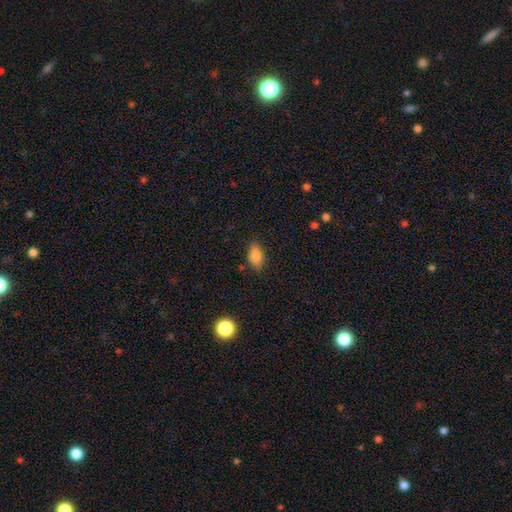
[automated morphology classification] smooth_or_featured: smooth (p=0.83) [alt: star or artifact p=0.09]
how_rounded: in between (p=0.89) [alt: round p=0.08]
merging: none (p=0.79) [alt: minor disturbance p=0.15]